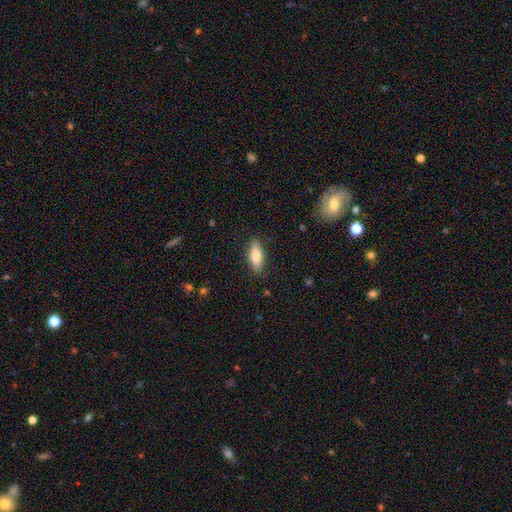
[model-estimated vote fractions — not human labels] A smooth galaxy with no disk features (69%) that is in between round and cigar-shaped (53%). Merging: none (86%).